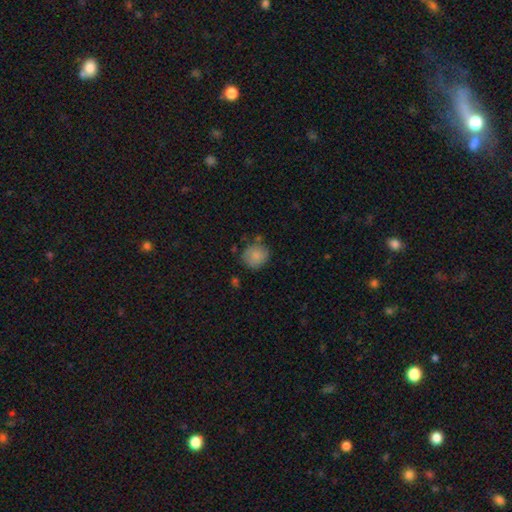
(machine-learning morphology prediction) Smooth or featured? Predicted: smooth (p=0.84). How rounded? Predicted: round (p=0.83). Merging? Predicted: none (p=0.70).